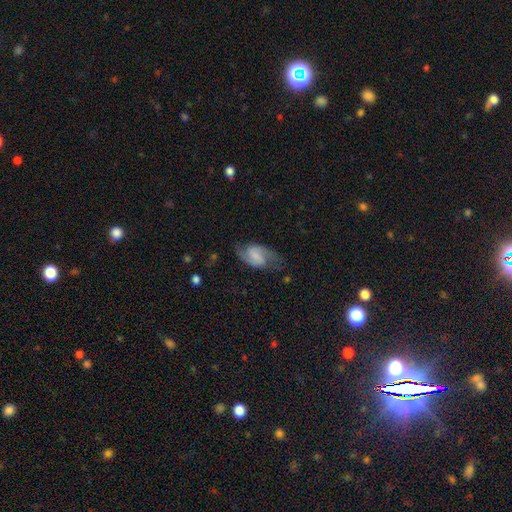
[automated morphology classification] Smooth or featured? Predicted: featured or disk (p=0.65). Edge-on disk? Predicted: no (p=0.96). Bar? Predicted: weak (p=0.46). Spiral arms? Predicted: yes (p=0.92). Spiral winding? Predicted: medium (p=0.46). Spiral arm count? Predicted: 2 (p=0.90). Bulge size? Predicted: none (p=0.42). Merging? Predicted: none (p=0.67).